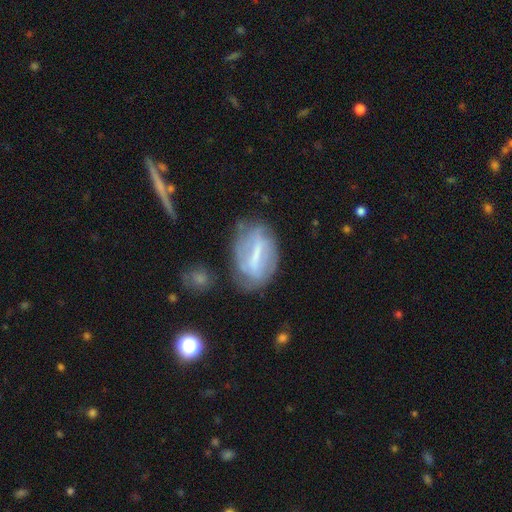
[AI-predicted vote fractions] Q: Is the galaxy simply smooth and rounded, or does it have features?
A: featured or disk — 65%.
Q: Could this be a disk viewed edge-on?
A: no — 89%.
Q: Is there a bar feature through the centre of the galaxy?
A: strong — 62%.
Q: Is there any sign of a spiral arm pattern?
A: yes — 54%.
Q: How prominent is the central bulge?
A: small — 41%.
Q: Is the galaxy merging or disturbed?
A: none — 61%.